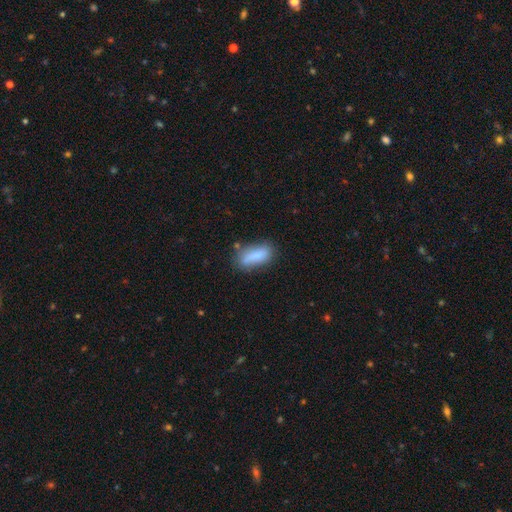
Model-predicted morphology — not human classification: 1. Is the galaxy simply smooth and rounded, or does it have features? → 80% smooth, 12% featured or disk, 8% star or artifact.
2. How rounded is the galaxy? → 76% in between, 21% cigar-shaped, 3% round.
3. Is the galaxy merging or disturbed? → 63% none, 24% minor disturbance, 7% major disturbance, 6% merger.